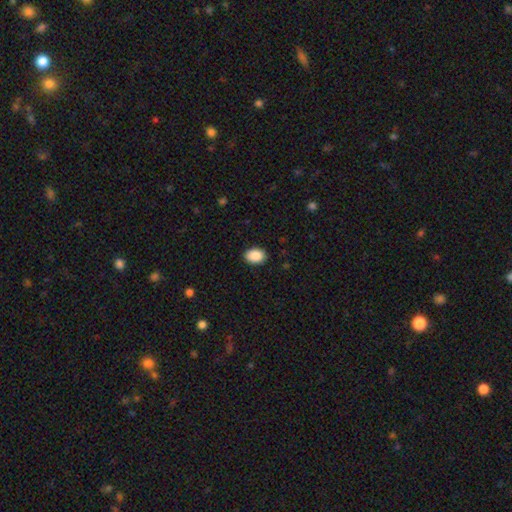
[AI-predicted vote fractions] A smooth galaxy with no disk features (89%) that is in between round and cigar-shaped (79%). Merging: none (89%).